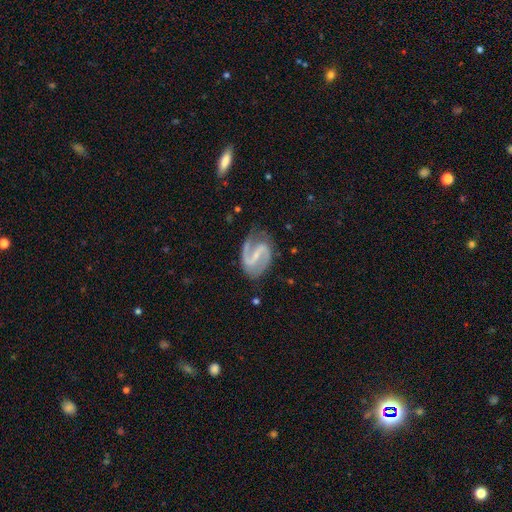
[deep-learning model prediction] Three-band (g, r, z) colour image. It shows a featured or disk galaxy (91%) with a strong bar (47%), 2 (92%) medium (55%) spiral arms (97%) and a small central bulge (67%). Merging: none (77%).